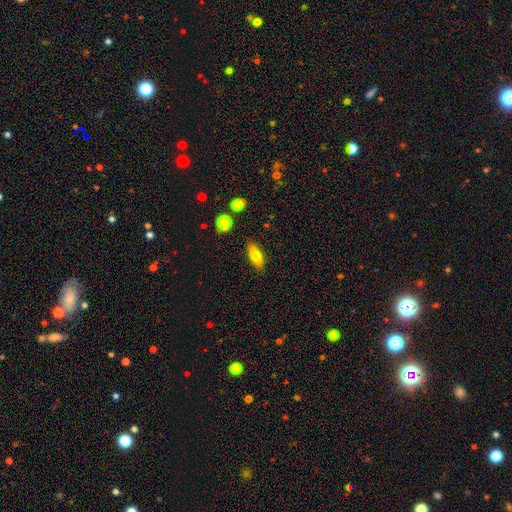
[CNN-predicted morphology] Smooth or featured? smooth (73%)
How rounded? in between (64%)
Merging? none (85%)